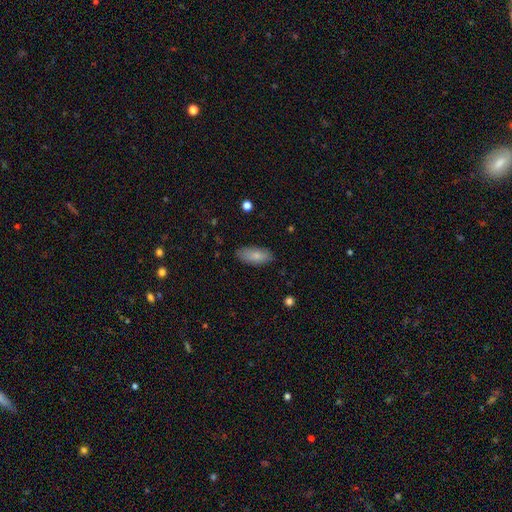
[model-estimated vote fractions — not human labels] Morphology: type=smooth (83%); roundness=in between (84%); merging=none (83%).